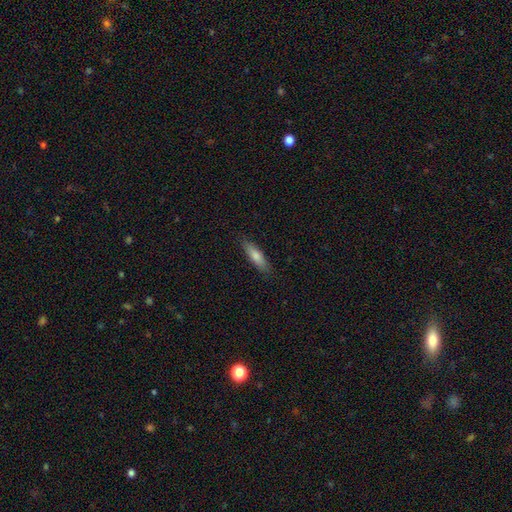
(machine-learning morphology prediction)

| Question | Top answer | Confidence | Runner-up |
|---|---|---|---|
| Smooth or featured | smooth | 72% | featured or disk (22%) |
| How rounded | cigar-shaped | 68% | in between (30%) |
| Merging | none | 87% | minor disturbance (10%) |